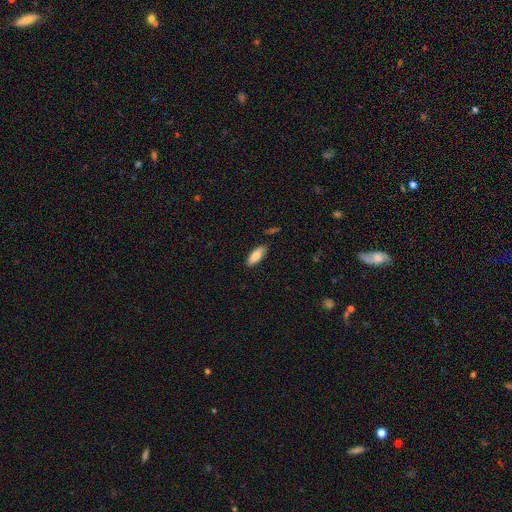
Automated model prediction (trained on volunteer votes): This is clearly a smooth galaxy (85%). How rounded: likely in between (75%). Merging: clearly none (81%).